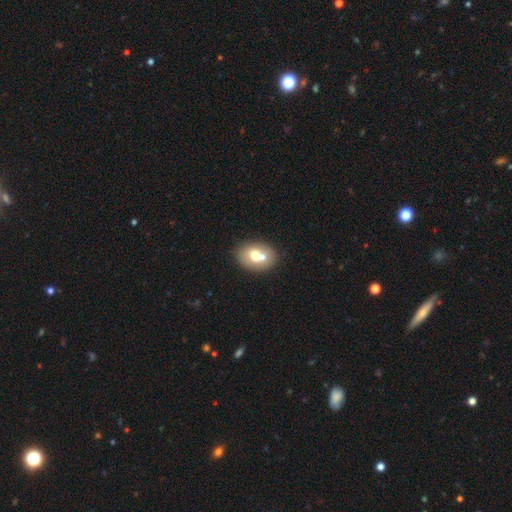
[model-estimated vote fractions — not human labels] This appears to be a smooth galaxy with no disk features (65%) that is in between round and cigar-shaped (64%). Merging: none (54%).